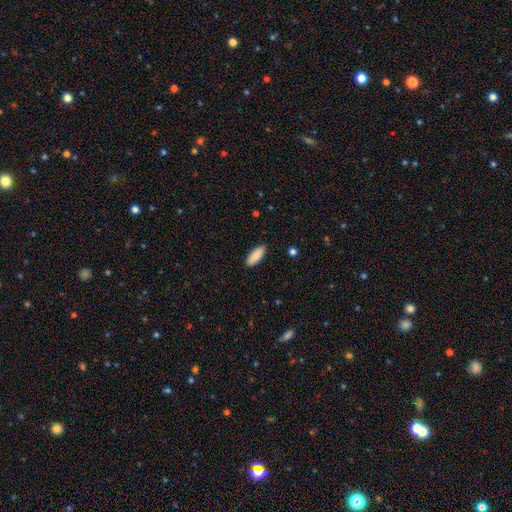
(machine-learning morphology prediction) smooth 90%, star or artifact 6%, featured or disk 4%. Down the decision tree: how rounded — in between (71%); merging — none (89%).